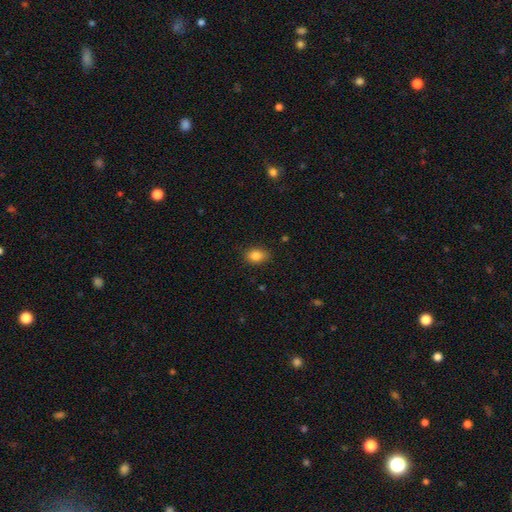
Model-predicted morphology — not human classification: This is clearly a smooth galaxy (85%). How rounded: likely in between (74%). Merging: clearly none (83%).